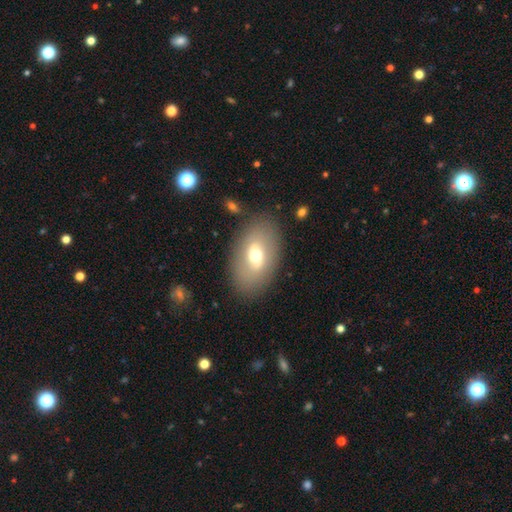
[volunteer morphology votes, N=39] A featured or disk galaxy (56%) with a weak bar (42%, tied with no), no spiral arms (95%) and a moderate central bulge (68%). Merging: none (86%).